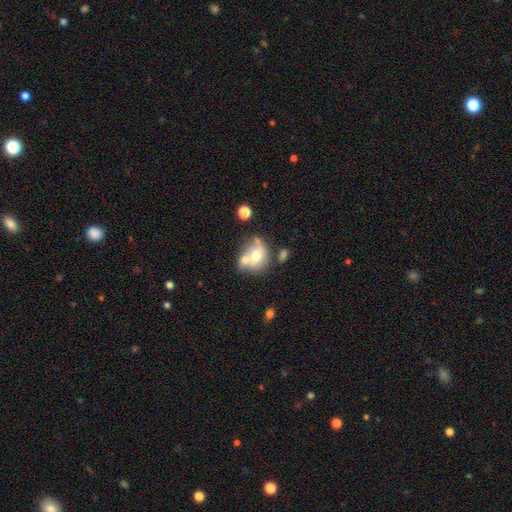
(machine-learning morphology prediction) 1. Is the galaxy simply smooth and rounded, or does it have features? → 60% smooth, 31% featured or disk, 9% star or artifact.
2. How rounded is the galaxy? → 52% in between, 46% round, 1% cigar-shaped.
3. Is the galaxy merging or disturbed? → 50% merger, 27% none, 14% minor disturbance, 9% major disturbance.